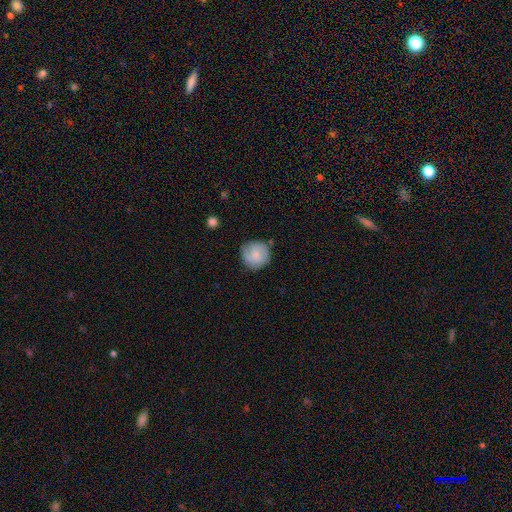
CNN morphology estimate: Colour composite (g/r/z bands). It shows a smooth galaxy with no disk features (63%) that is round (91%). Merging: none (77%).